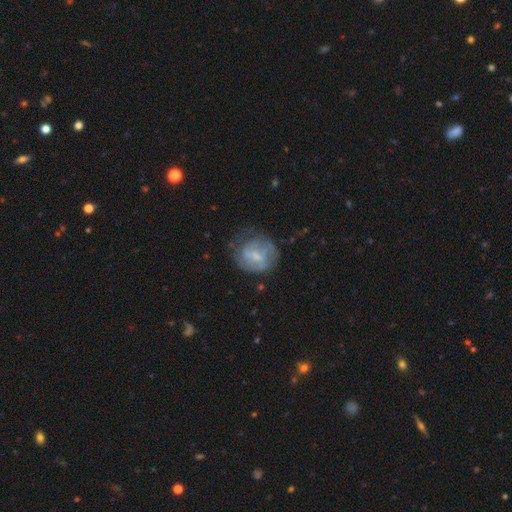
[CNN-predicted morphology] type=featured or disk (46%, tied with smooth); merging=none (54%).